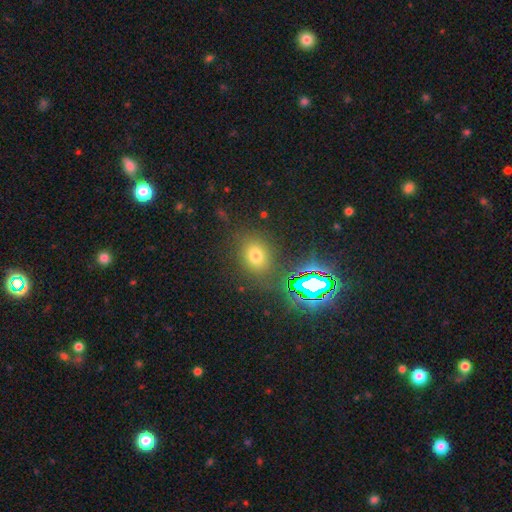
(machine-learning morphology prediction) The model was most divided on "how rounded": round: 50%, in between: 48%, cigar-shaped: 2%. More confident: merging — none (79%); smooth or featured — smooth (65%).